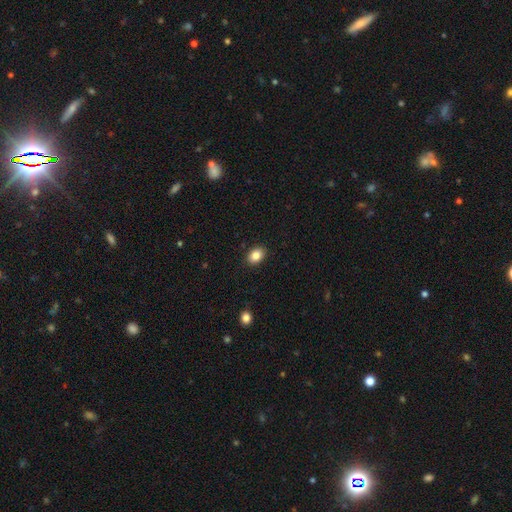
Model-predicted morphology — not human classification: Q: Smooth or featured?
A: smooth (85%); runner-up: star or artifact (9%)
Q: How rounded?
A: in between (76%); runner-up: round (23%)
Q: Merging?
A: none (89%); runner-up: minor disturbance (8%)